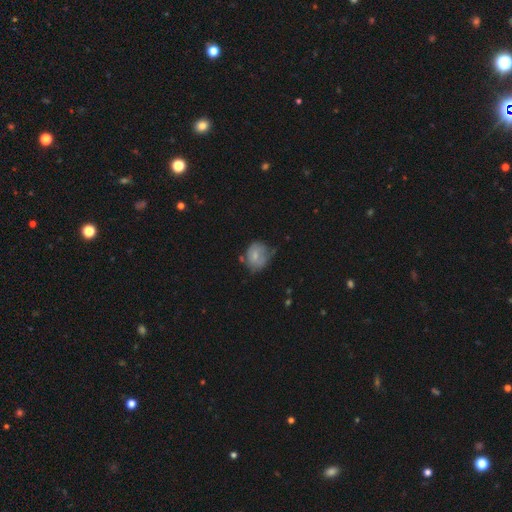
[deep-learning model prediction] A smooth galaxy with no disk features (60%) that is round (63%). Merging: none (48%).